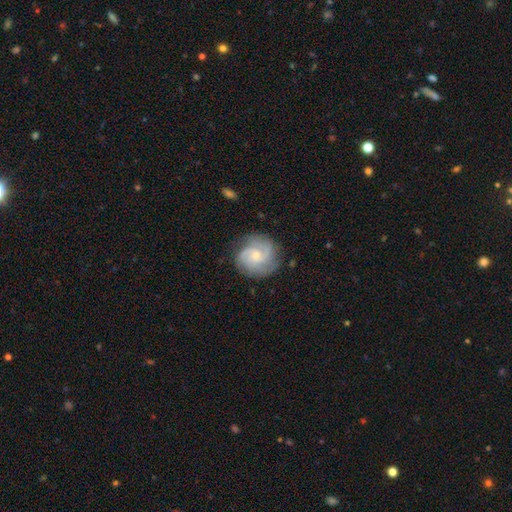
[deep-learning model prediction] This is clearly a featured or disk galaxy (81%). It is clearly not viewed edge-on (98%). Bar: likely no (69%). Spiral arm pattern: clearly yes (96%). Spiral arm count: marginally 3 (40%). Spiral winding: possibly tight (49%). Central bulge: likely small (67%). Merging: likely none (79%).